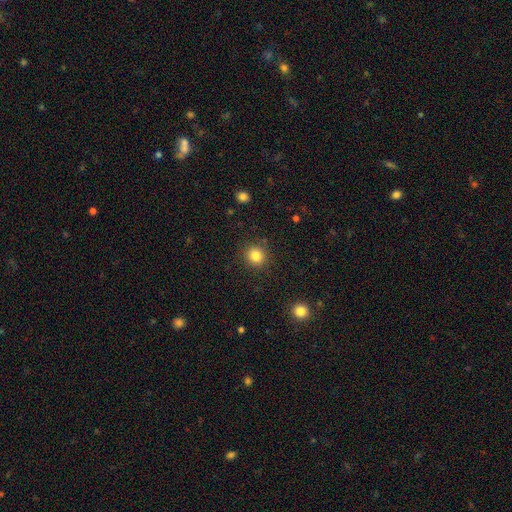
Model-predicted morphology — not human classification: This appears to be a smooth galaxy with no disk features (83%) that is round (87%). Merging: none (88%).